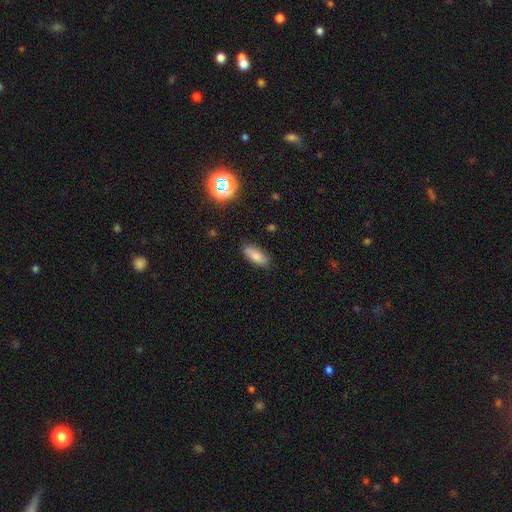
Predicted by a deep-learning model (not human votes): Morphology: type=smooth (79%); roundness=in between (75%); merging=none (84%).